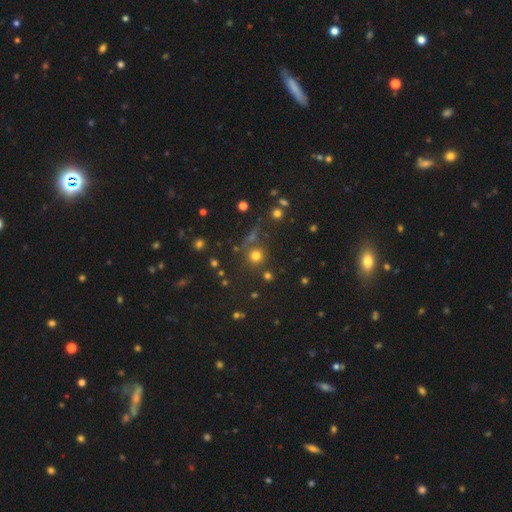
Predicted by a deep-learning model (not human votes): smooth_or_featured: smooth (p=0.71) [alt: star or artifact p=0.21]
how_rounded: round (p=0.93) [alt: in between p=0.06]
merging: none (p=0.75) [alt: merger p=0.11]